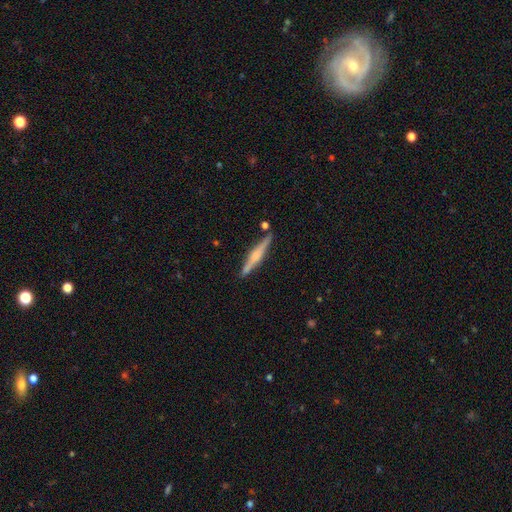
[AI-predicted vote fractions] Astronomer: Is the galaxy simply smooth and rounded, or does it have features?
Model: featured or disk — 65%.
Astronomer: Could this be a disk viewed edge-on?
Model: yes — 98%.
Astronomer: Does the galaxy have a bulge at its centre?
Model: rounded — 67%.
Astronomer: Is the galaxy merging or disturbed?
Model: none — 85%.